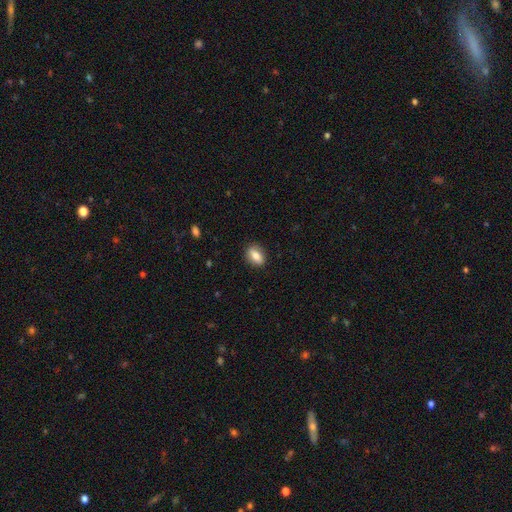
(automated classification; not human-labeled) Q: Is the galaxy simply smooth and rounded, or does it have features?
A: smooth — 76%.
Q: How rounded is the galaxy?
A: in between — 76%.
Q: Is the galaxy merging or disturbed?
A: none — 87%.